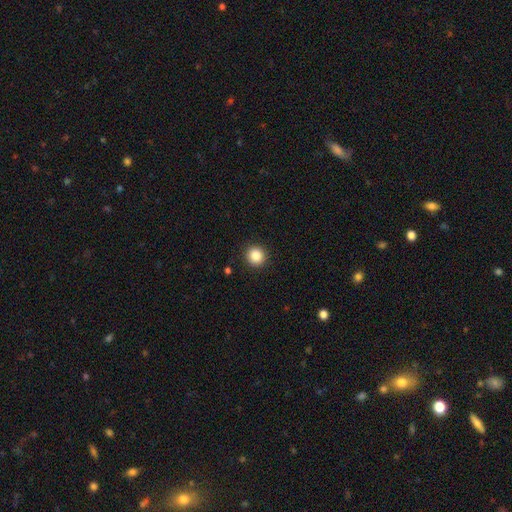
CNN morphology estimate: Smooth or featured?
  - smooth: 86% *
  - star or artifact: 10%
  - featured or disk: 4%
How rounded?
  - round: 93% *
  - in between: 6%
  - cigar-shaped: 1%
Merging?
  - none: 92% *
  - minor disturbance: 5%
  - major disturbance: 2%
  - merger: 1%